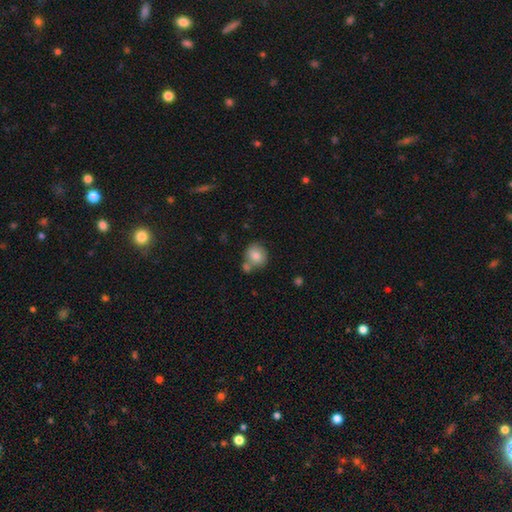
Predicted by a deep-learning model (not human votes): A smooth galaxy with no disk features (78%) that is round (78%).

Vote fractions:
- Smooth or featured? smooth: 78% / featured or disk: 13% / star or artifact: 8%
- How rounded? round: 78% / in between: 21% / cigar-shaped: 1%
- Merging? none: 55% / merger: 28% / minor disturbance: 14% / major disturbance: 4%